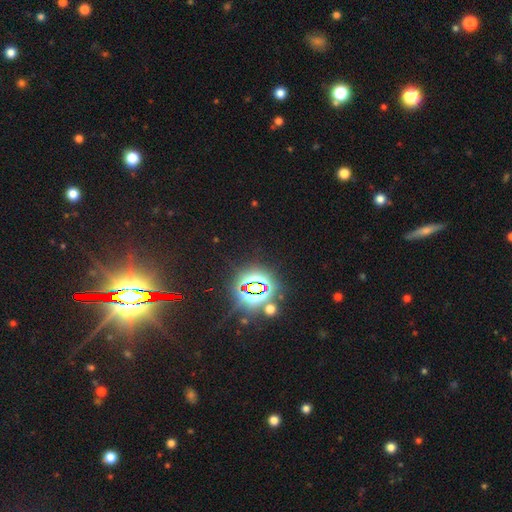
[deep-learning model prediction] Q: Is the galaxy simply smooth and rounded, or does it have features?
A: star or artifact — 82%.